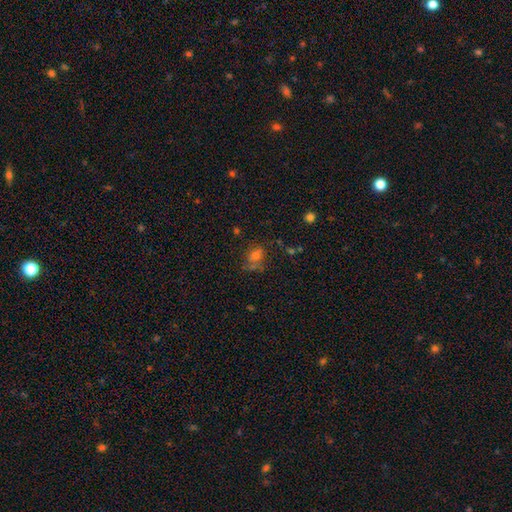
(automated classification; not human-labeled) Morphology: type=smooth (64%); roundness=in between (55%); merging=none (54%).